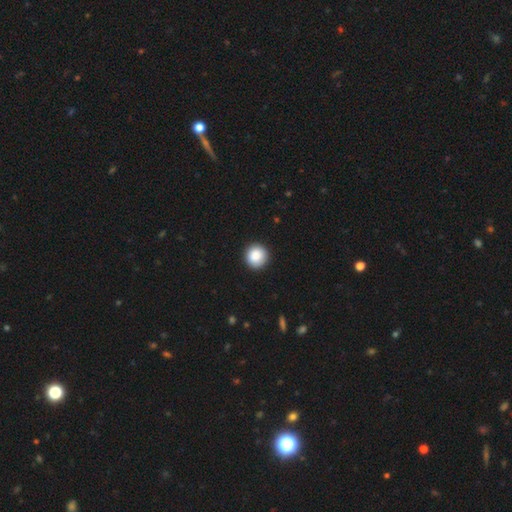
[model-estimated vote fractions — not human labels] A smooth galaxy with no disk features (88%) that is round (95%). Merging: none (92%).